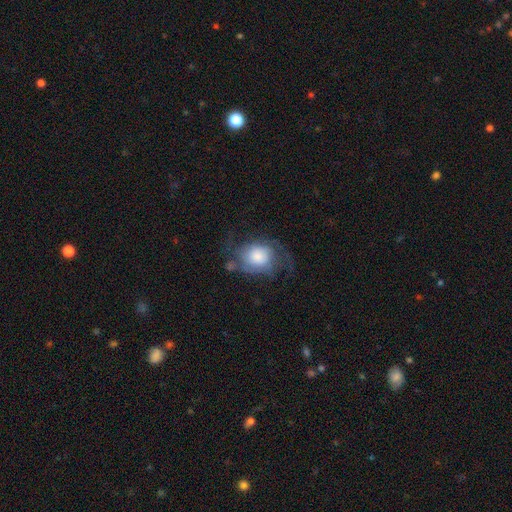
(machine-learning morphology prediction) This is possibly a featured or disk galaxy (49%). Merging: possibly none (47%).